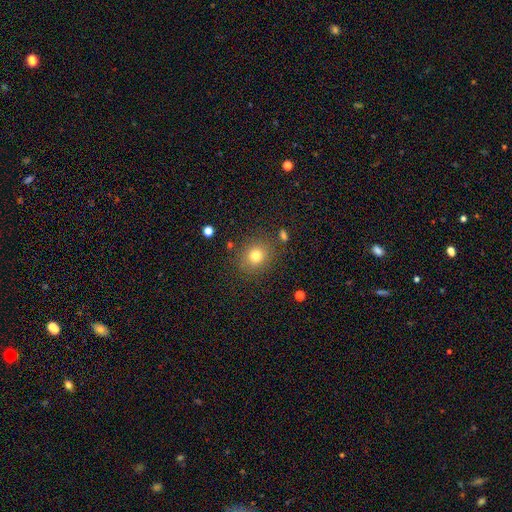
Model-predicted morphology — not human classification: Smooth or featured?
  - smooth: 79% *
  - star or artifact: 13%
  - featured or disk: 8%
How rounded?
  - round: 79% *
  - in between: 20%
  - cigar-shaped: 1%
Merging?
  - none: 83% *
  - minor disturbance: 10%
  - major disturbance: 4%
  - merger: 3%